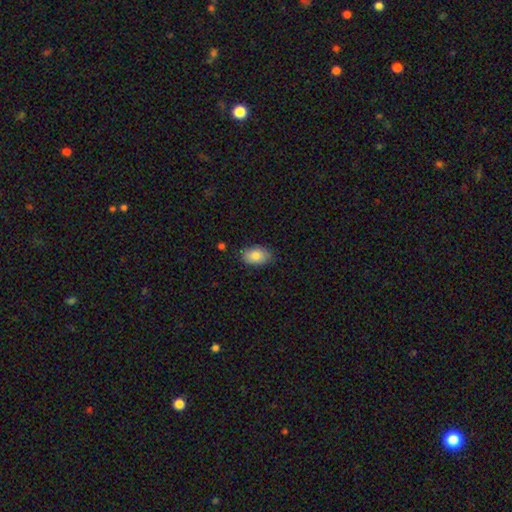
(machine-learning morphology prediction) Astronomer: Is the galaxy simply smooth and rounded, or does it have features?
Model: smooth — 84%.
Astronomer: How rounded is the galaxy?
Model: in between — 90%.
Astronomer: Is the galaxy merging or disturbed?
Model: none — 85%.